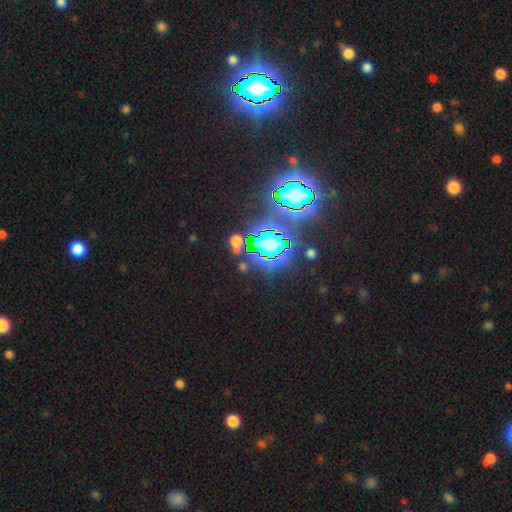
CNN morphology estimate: This is clearly a star or artifact rather than a galaxy (82%).